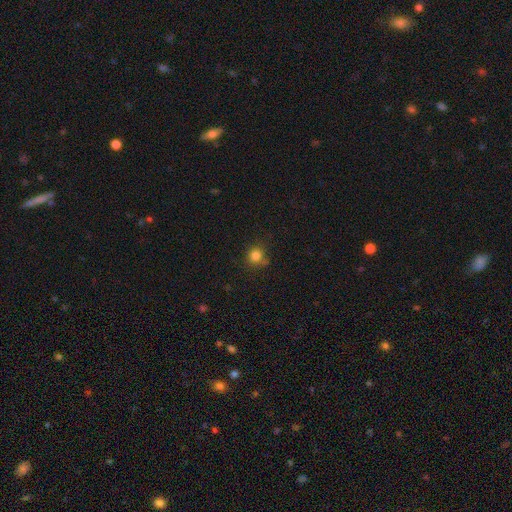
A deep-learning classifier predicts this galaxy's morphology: smooth_or_featured: smooth (p=0.83) [alt: star or artifact p=0.13]
how_rounded: round (p=0.90) [alt: in between p=0.09]
merging: none (p=0.76) [alt: minor disturbance p=0.15]